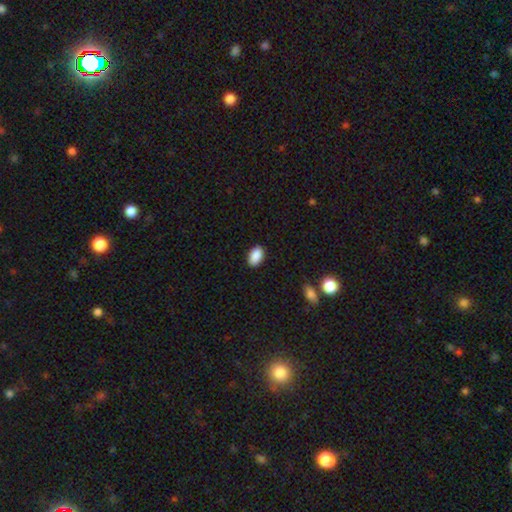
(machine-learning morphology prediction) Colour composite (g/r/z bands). It shows a smooth galaxy with no disk features (90%) that is in between round and cigar-shaped (93%). Merging: none (89%).